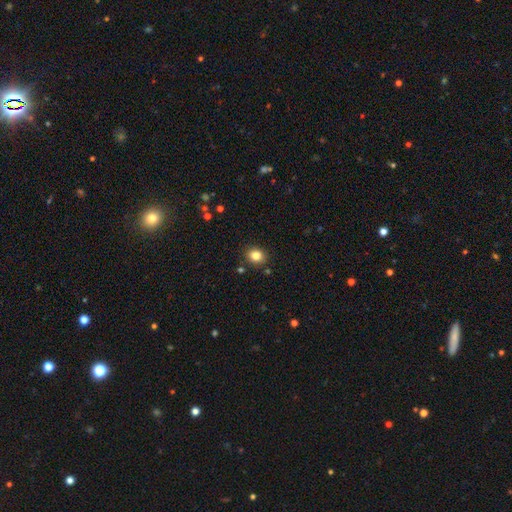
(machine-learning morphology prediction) This appears to be a smooth galaxy with no disk features (83%) that is round (67%). Merging: none (88%).